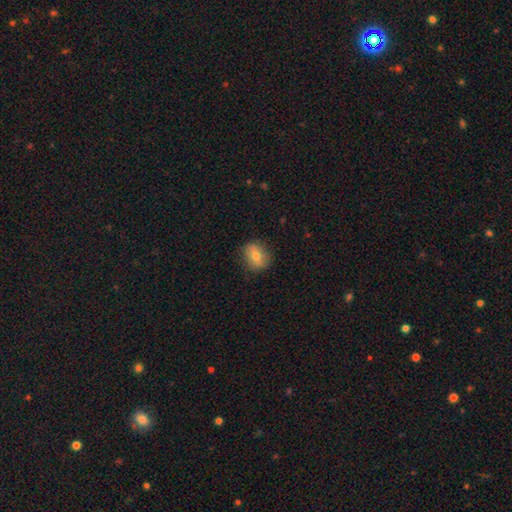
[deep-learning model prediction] Smooth or featured? smooth (67%)
How rounded? round (56%)
Merging? none (82%)